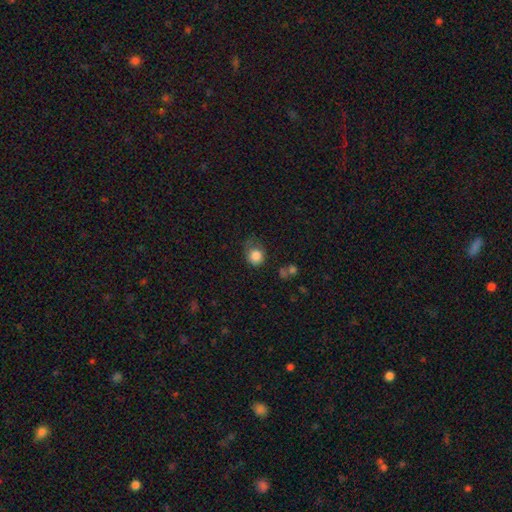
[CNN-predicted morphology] smooth-or-featured: smooth: 83% | star or artifact: 9% | featured or disk: 8%
  how-rounded: round: 71% | in between: 28% | cigar-shaped: 1%
  merging: none: 42% | minor disturbance: 34% | major disturbance: 21% | merger: 4%